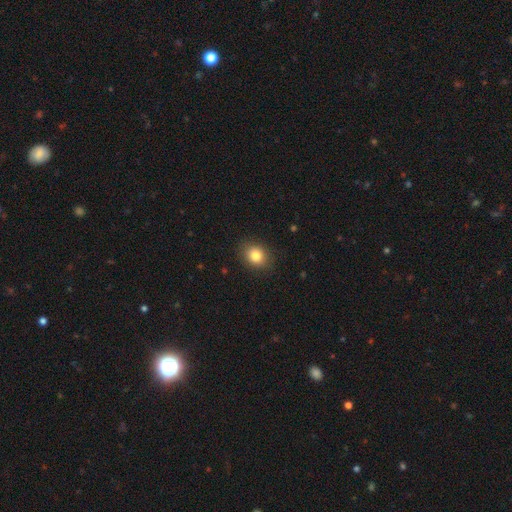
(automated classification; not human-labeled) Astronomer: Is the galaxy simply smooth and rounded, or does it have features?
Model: smooth — 83%.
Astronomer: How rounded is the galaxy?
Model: round — 54% (runner-up: in between, 45%).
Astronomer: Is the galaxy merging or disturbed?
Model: none — 88%.